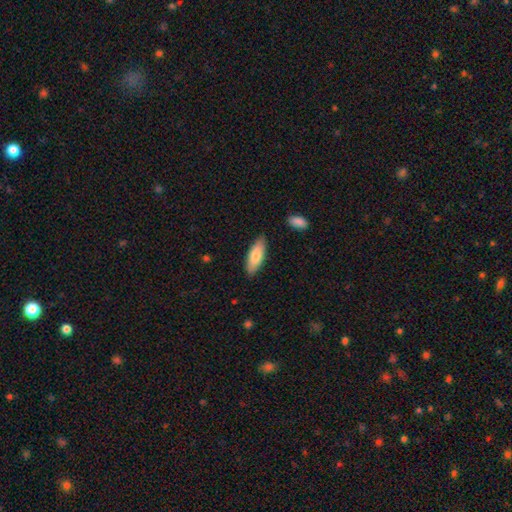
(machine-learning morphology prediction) A smooth galaxy with no disk features (79%) that is in between round and cigar-shaped (66%).

Vote fractions:
- Smooth or featured? smooth: 79% / featured or disk: 16% / star or artifact: 6%
- How rounded? in between: 66% / cigar-shaped: 32% / round: 2%
- Merging? none: 85% / minor disturbance: 11% / major disturbance: 2% / merger: 2%